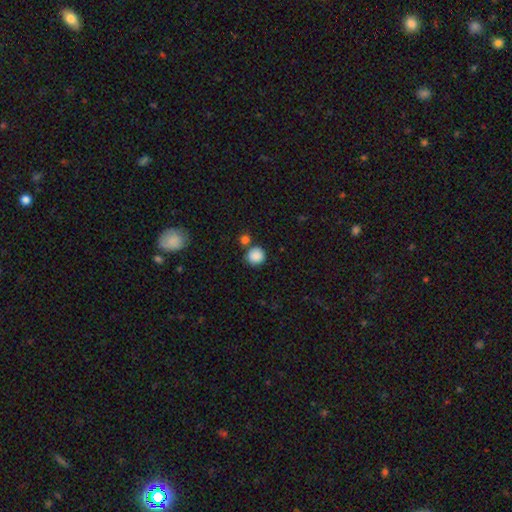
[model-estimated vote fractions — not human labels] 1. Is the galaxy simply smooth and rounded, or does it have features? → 87% smooth, 9% star or artifact, 4% featured or disk.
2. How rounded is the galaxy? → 92% round, 7% in between, 1% cigar-shaped.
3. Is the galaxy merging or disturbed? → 72% none, 14% merger, 10% minor disturbance, 3% major disturbance.